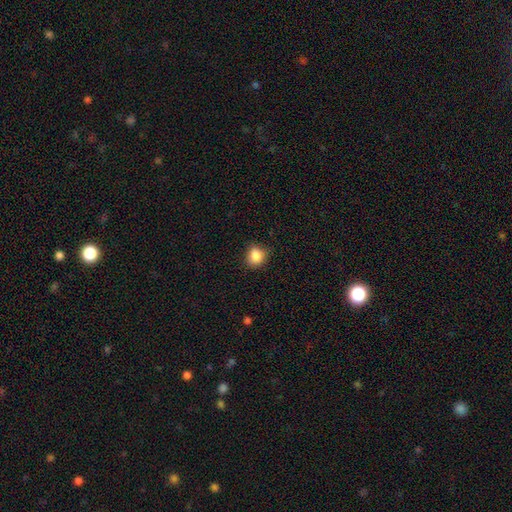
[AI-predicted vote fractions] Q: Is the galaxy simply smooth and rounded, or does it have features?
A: smooth — 86%.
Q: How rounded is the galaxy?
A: round — 68%.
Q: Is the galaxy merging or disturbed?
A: none — 79%.